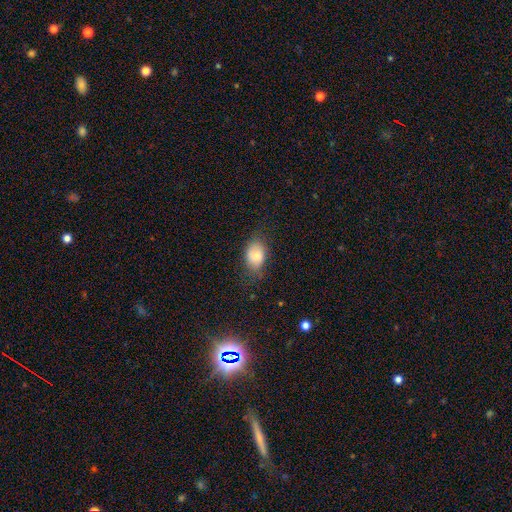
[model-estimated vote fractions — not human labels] This is likely a smooth galaxy (80%). How rounded: clearly in between (80%). Merging: likely none (64%).